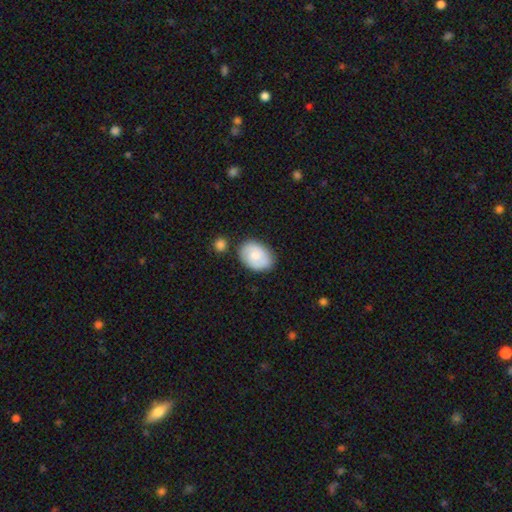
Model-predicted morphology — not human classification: smooth_or_featured: smooth (p=0.68) [alt: featured or disk p=0.26]
how_rounded: in between (p=0.80) [alt: round p=0.19]
merging: none (p=0.71) [alt: minor disturbance p=0.18]